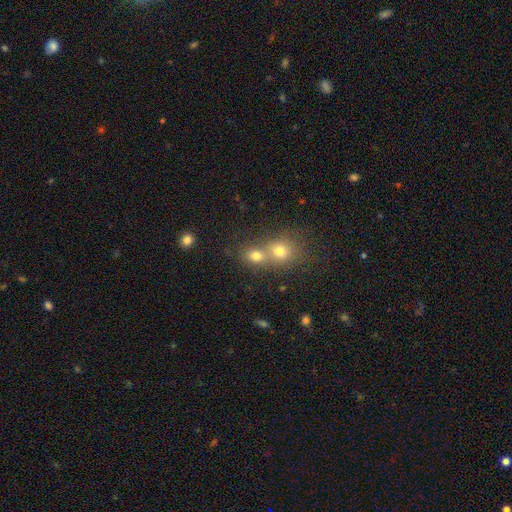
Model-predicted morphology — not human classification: Smooth or featured? Predicted: smooth (p=0.74). How rounded? Predicted: round (p=0.64). Merging? Predicted: merger (p=0.54).